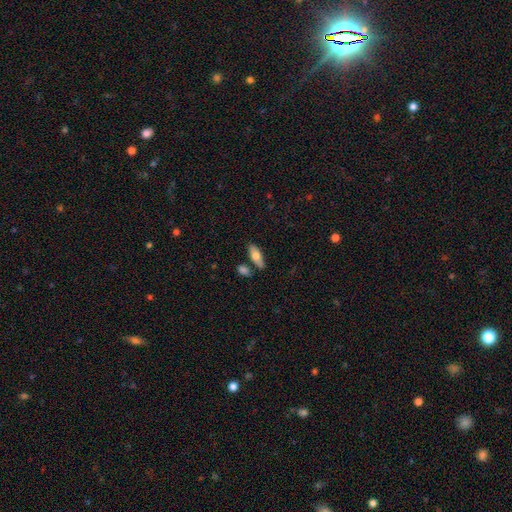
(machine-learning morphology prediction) Q: Smooth or featured?
A: smooth (71%); runner-up: featured or disk (23%)
Q: How rounded?
A: in between (79%); runner-up: cigar-shaped (19%)
Q: Merging?
A: none (76%); runner-up: minor disturbance (12%)